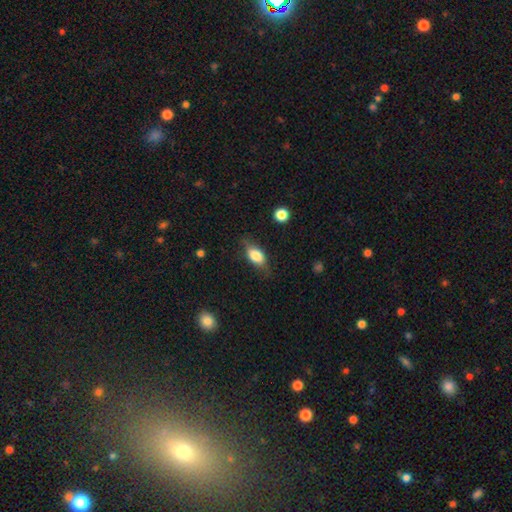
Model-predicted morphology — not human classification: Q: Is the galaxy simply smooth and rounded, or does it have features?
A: smooth — 73%.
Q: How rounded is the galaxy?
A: in between — 82%.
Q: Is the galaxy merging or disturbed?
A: none — 71%.